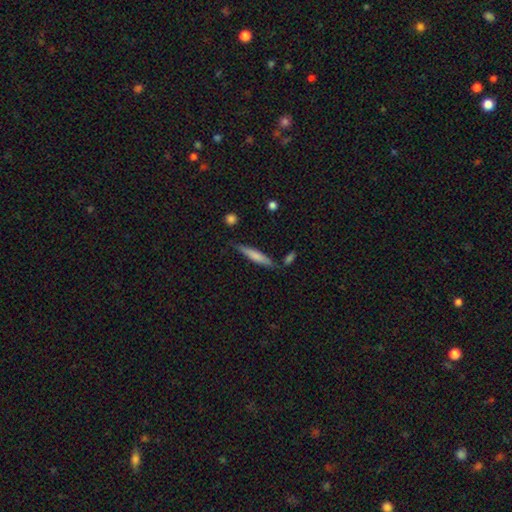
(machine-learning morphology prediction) type=smooth (66%); roundness=cigar-shaped (89%); merging=none (76%).